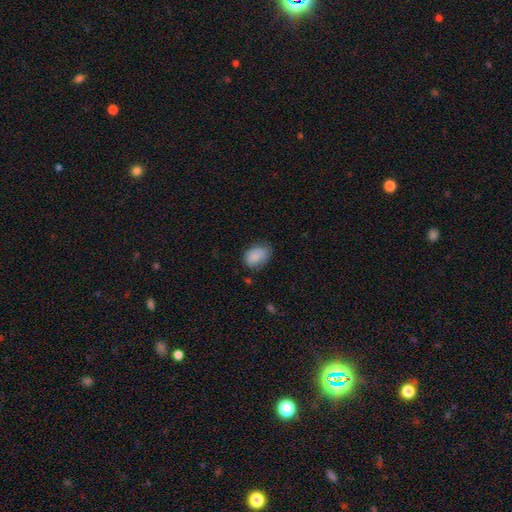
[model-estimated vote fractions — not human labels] This appears to be a smooth galaxy with no disk features (85%) that is in between round and cigar-shaped (79%). Merging: none (60%).